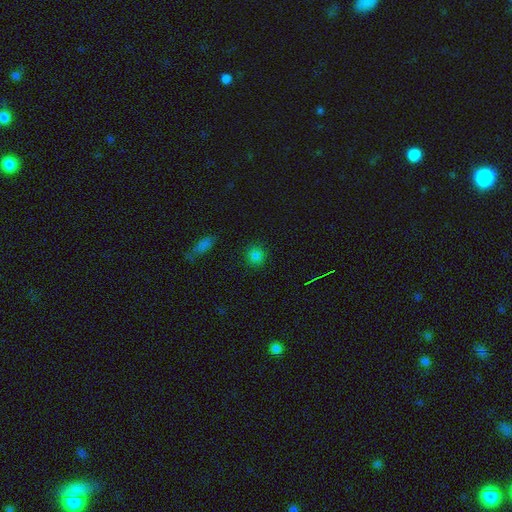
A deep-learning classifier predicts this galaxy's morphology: smooth-or-featured: smooth: 81% | star or artifact: 15% | featured or disk: 4%
  how-rounded: round: 89% | in between: 10% | cigar-shaped: 1%
  merging: none: 89% | minor disturbance: 7% | major disturbance: 2% | merger: 2%